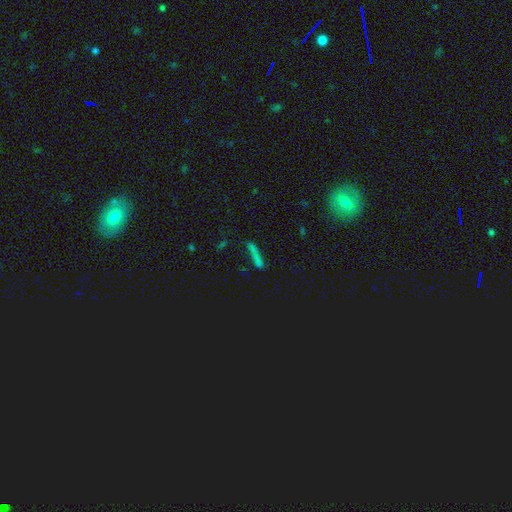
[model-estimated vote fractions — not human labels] The model was most divided on "smooth or featured": smooth: 53%, star or artifact: 34%, featured or disk: 13%. More confident: how rounded — cigar-shaped (84%); merging — none (69%).